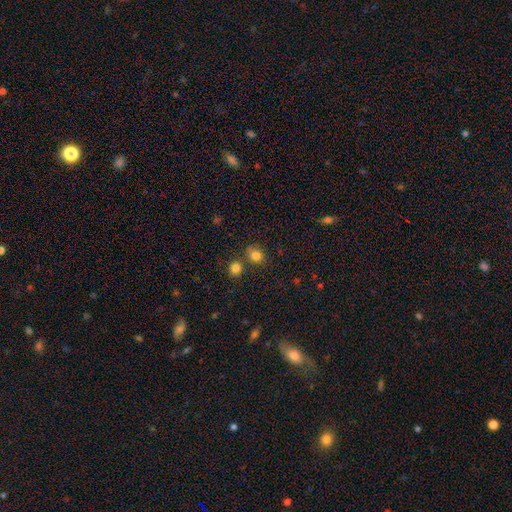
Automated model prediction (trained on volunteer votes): The model was most divided on "how rounded": round: 75%, in between: 24%, cigar-shaped: 1%. More confident: smooth or featured — smooth (81%); merging — none (69%).